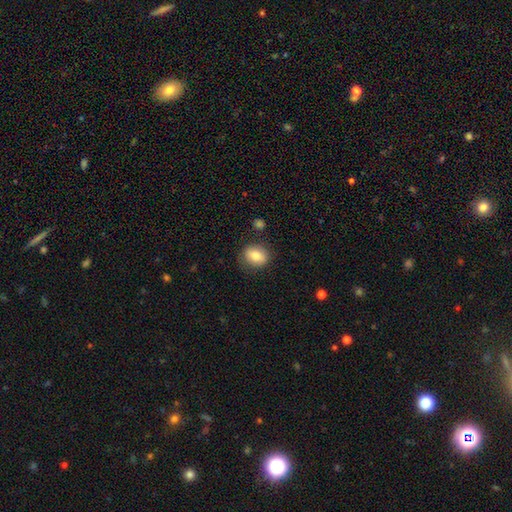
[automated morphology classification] This is likely a smooth galaxy (78%). How rounded: possibly in between (51%). Merging: clearly none (82%).